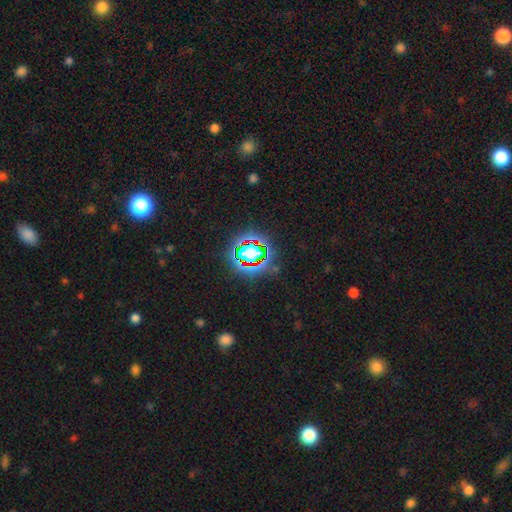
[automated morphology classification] star or artifact 80%, smooth 13%, featured or disk 7%.